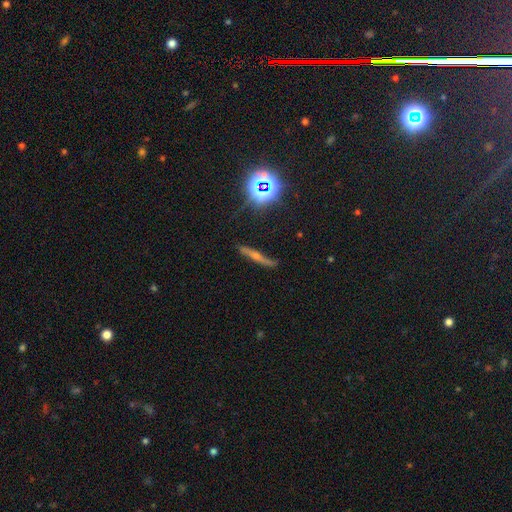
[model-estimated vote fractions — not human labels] This is possibly a featured or disk galaxy (53%). It is clearly viewed edge-on (86%). Merging: likely none (78%).